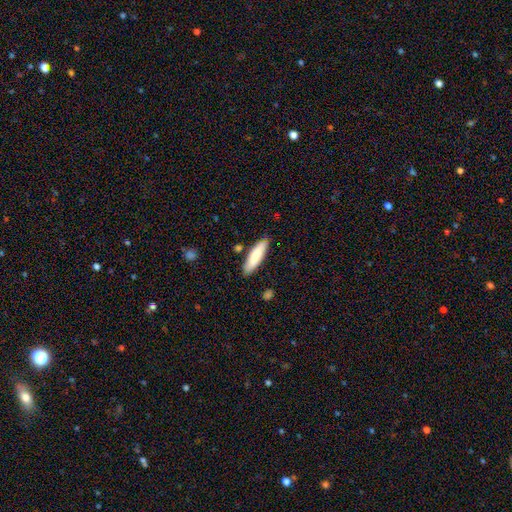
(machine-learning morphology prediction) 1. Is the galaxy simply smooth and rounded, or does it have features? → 81% smooth, 13% featured or disk, 5% star or artifact.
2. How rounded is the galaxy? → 60% cigar-shaped, 38% in between, 1% round.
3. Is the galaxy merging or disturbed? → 85% none, 11% minor disturbance, 2% merger, 2% major disturbance.